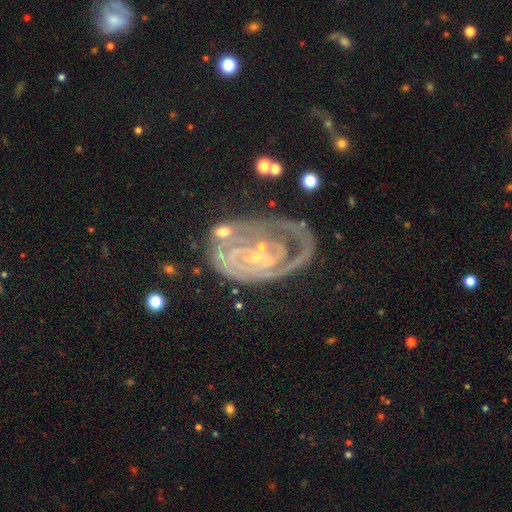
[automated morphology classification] This is clearly a featured or disk galaxy (82%). It is clearly not viewed edge-on (97%). Bar: likely no (61%). Spiral arm pattern: clearly yes (84%). Spiral arm count: marginally can't tell (35%). Spiral winding: likely tight (62%). Central bulge: likely small (77%). Merging: marginally none (44%).